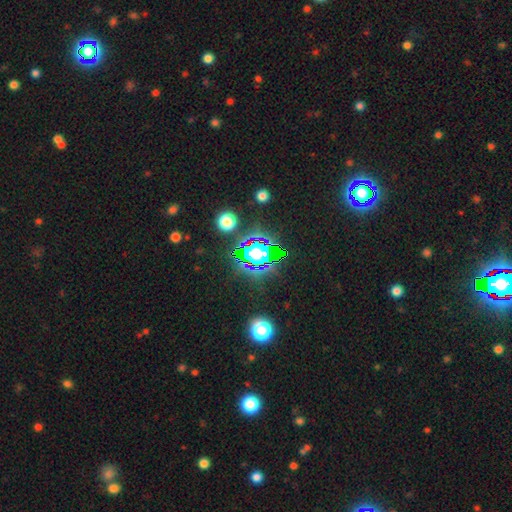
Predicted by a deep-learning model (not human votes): smooth-or-featured: star or artifact: 68% | smooth: 19% | featured or disk: 13%